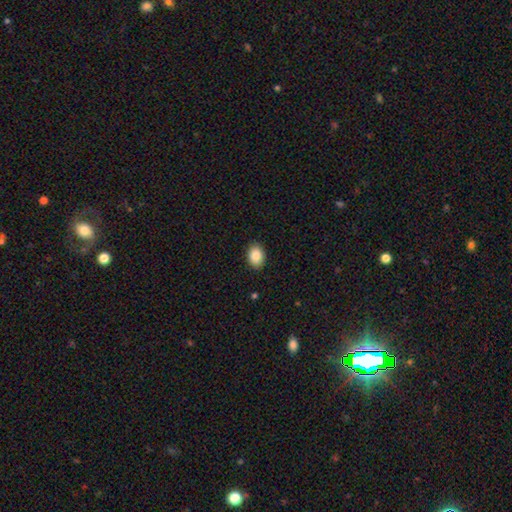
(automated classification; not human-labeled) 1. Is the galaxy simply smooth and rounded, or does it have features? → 88% smooth, 8% star or artifact, 4% featured or disk.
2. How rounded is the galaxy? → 77% in between, 22% round, 1% cigar-shaped.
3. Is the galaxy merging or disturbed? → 89% none, 8% minor disturbance, 2% major disturbance, 1% merger.